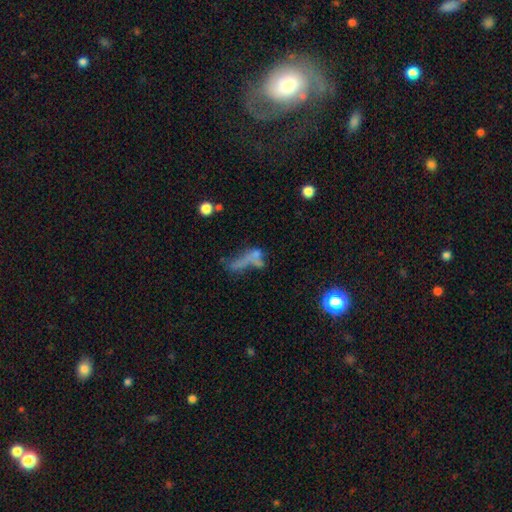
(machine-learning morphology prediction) smooth-or-featured: smooth: 47% | featured or disk: 34% | star or artifact: 19%
  merging: merger: 33% | major disturbance: 32% | none: 23% | minor disturbance: 12%